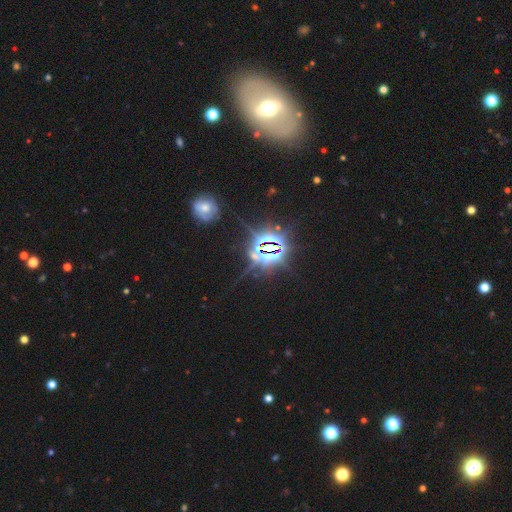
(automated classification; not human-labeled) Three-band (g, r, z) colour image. It shows a star or artifact, not a galaxy (84%).